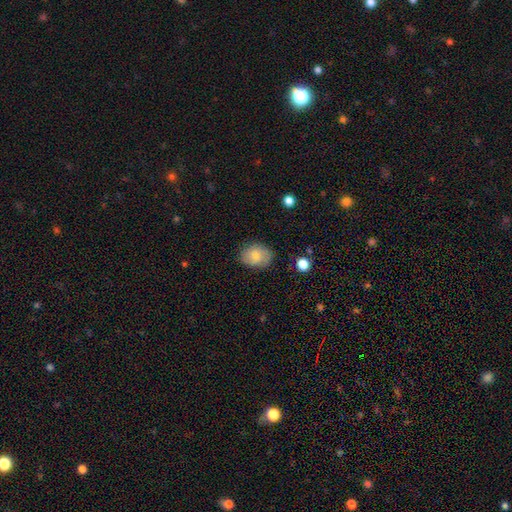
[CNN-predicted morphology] This is likely a smooth galaxy (80%). How rounded: likely in between (62%). Merging: likely none (79%).